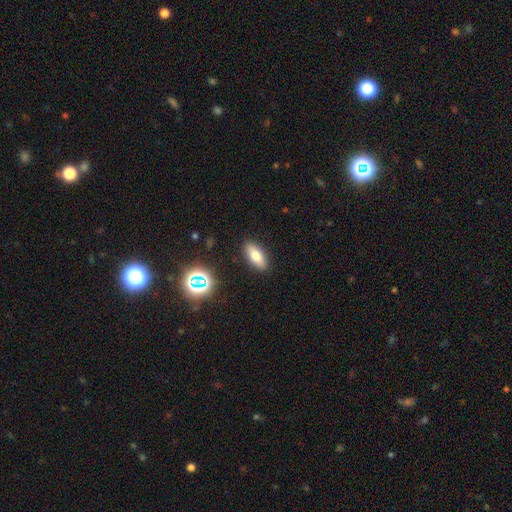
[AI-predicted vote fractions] Smooth or featured: smooth — 71% (featured or disk — 19%)
How rounded: in between — 76% (cigar-shaped — 21%)
Merging: none — 88% (minor disturbance — 8%)